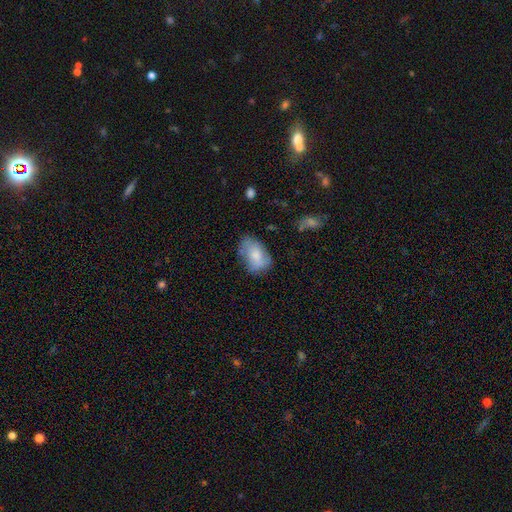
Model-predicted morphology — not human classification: type=smooth (70%); roundness=in between (89%); merging=none (57%).